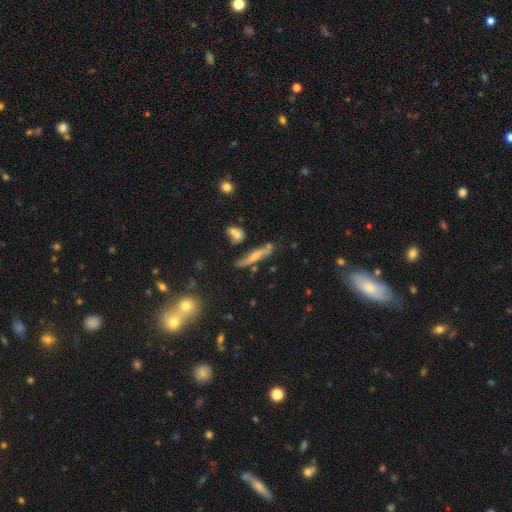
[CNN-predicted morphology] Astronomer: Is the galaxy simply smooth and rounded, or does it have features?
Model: featured or disk — 49% (runner-up: smooth, 42%).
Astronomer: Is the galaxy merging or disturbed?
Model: none — 66%.